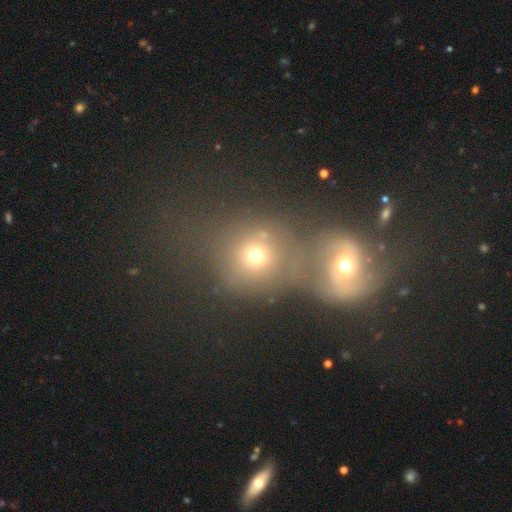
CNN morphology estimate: smooth-or-featured: smooth: 65% | featured or disk: 20% | star or artifact: 15%
  how-rounded: round: 82% | in between: 17% | cigar-shaped: 1%
  merging: merger: 48% | none: 39% | minor disturbance: 8% | major disturbance: 6%